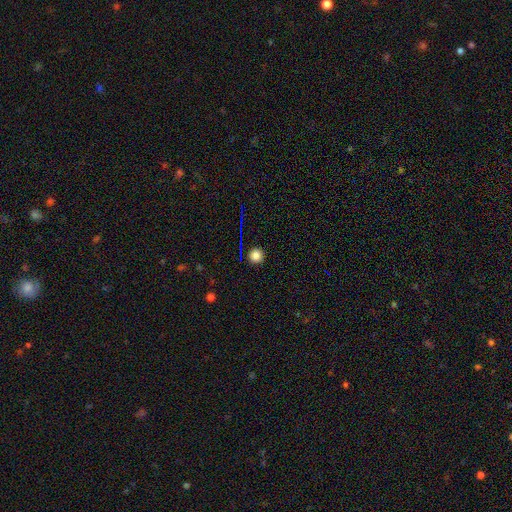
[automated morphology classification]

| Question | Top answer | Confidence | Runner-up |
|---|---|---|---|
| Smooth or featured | smooth | 79% | star or artifact (15%) |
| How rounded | round | 95% | in between (4%) |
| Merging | none | 91% | minor disturbance (6%) |